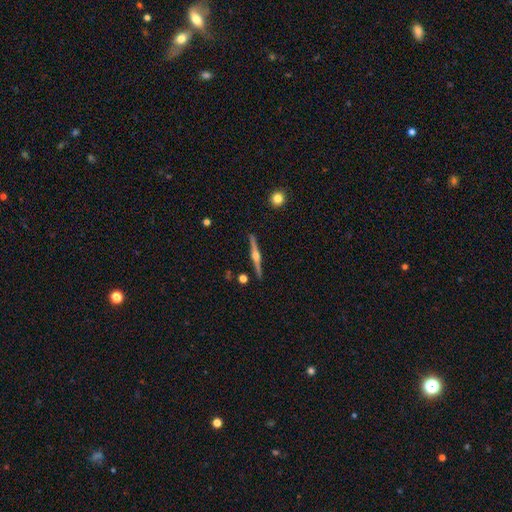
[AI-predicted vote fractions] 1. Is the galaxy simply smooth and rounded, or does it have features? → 83% featured or disk, 12% smooth, 5% star or artifact.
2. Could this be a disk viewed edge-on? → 99% yes, 1% no.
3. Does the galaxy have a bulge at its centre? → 93% rounded, 5% boxy, 2% none.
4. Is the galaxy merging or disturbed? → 91% none, 6% minor disturbance, 1% merger, 1% major disturbance.